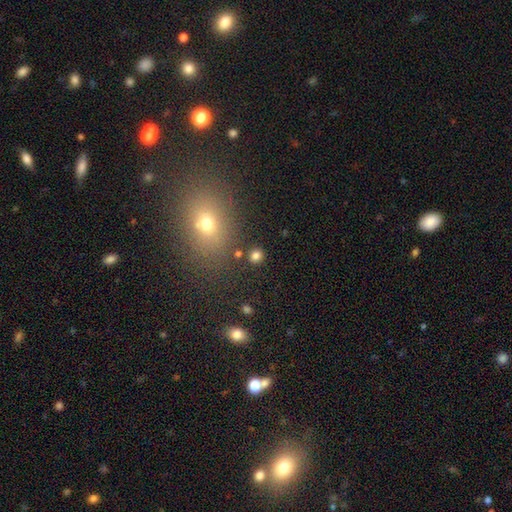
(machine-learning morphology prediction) This appears to be a smooth galaxy with no disk features (79%) that is round (85%). Merging: none (86%).